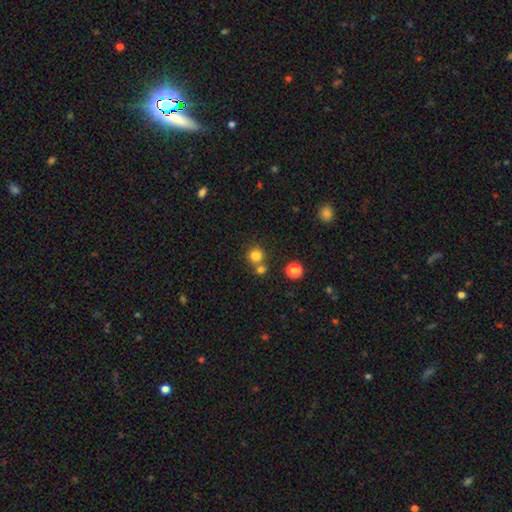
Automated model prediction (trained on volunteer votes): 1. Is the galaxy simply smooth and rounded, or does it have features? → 80% smooth, 14% star or artifact, 6% featured or disk.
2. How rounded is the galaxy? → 92% round, 7% in between, 1% cigar-shaped.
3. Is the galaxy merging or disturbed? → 64% none, 26% merger, 7% minor disturbance, 3% major disturbance.